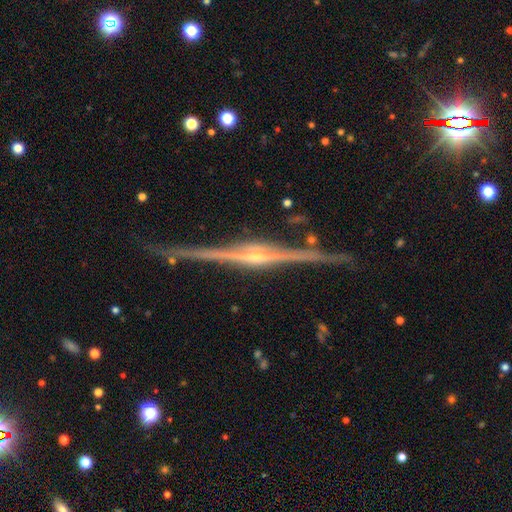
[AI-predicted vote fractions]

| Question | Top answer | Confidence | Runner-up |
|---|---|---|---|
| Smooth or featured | featured or disk | 91% | star or artifact (5%) |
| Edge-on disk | yes | 98% | no (2%) |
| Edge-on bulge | rounded | 82% | boxy (10%) |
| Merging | none | 86% | minor disturbance (10%) |